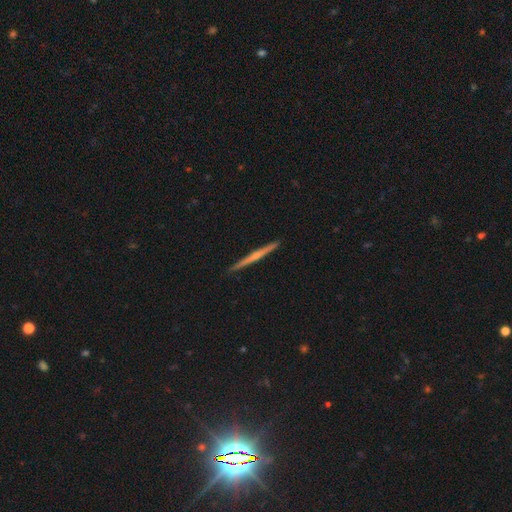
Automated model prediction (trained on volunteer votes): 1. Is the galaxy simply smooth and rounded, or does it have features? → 67% featured or disk, 28% smooth, 5% star or artifact.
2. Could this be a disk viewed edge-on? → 98% yes, 2% no.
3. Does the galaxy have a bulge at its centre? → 55% rounded, 38% none, 7% boxy.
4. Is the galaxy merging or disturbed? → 93% none, 5% minor disturbance, 1% major disturbance, 1% merger.